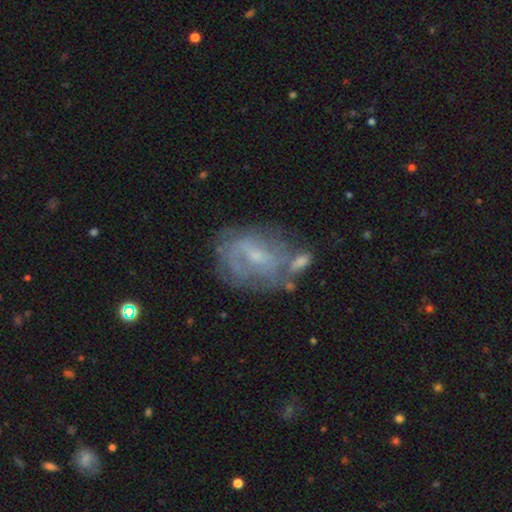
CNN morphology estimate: The model was most divided on "bar": weak: 51%, no: 34%, strong: 15%. Remaining: edge-on disk — no (96%); smooth or featured — featured or disk (69%); spiral arms — yes (66%); bulge size — small (61%); merging — none (47%).